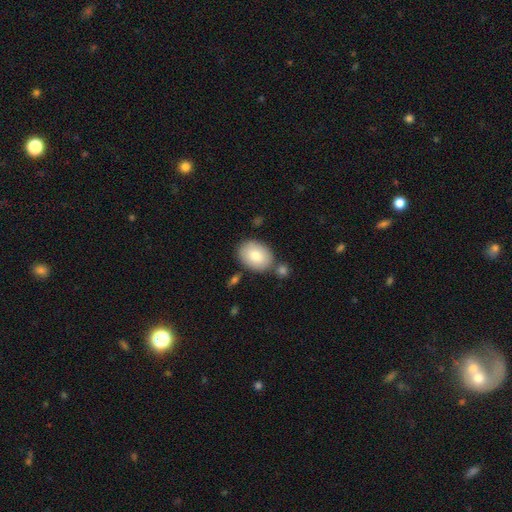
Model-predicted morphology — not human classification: The model was most divided on "how rounded": in between: 74%, round: 25%, cigar-shaped: 1%. More confident: smooth or featured — smooth (81%); merging — none (74%).